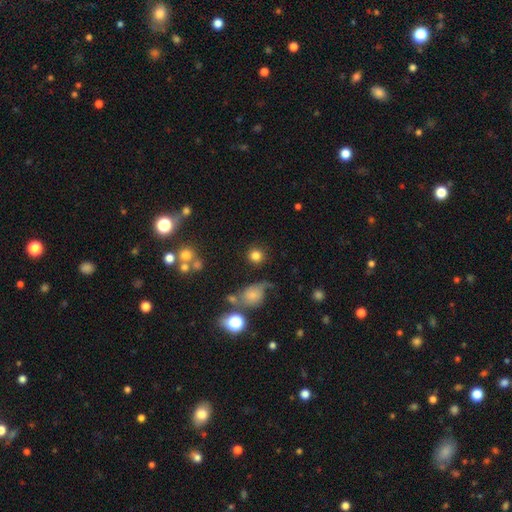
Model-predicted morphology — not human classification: type=smooth (79%); roundness=round (91%); merging=none (78%).